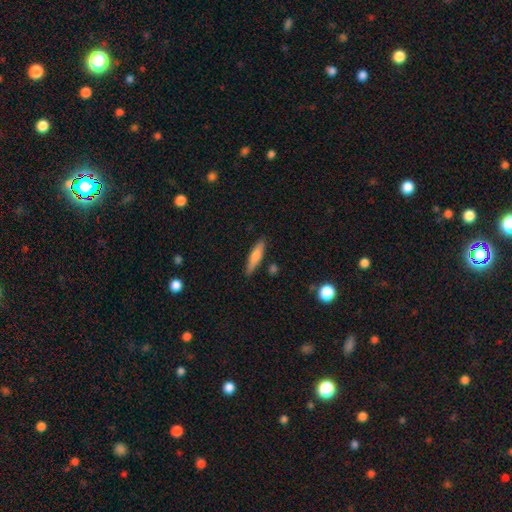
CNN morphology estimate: smooth 67%, featured or disk 27%, star or artifact 6%. Down the decision tree: how rounded — cigar-shaped (83%); merging — none (86%).